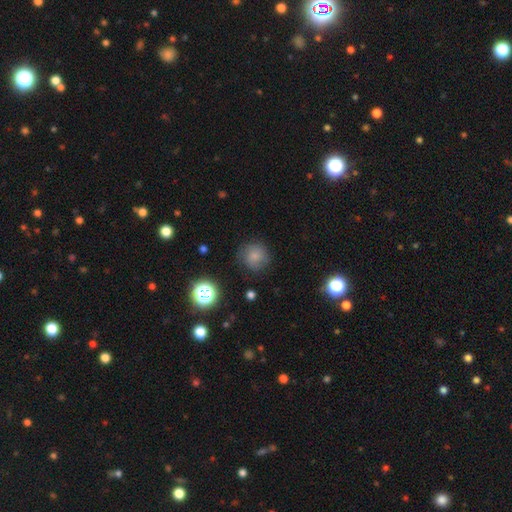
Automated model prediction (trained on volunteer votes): Morphology: type=smooth (78%); roundness=round (92%); merging=none (78%).